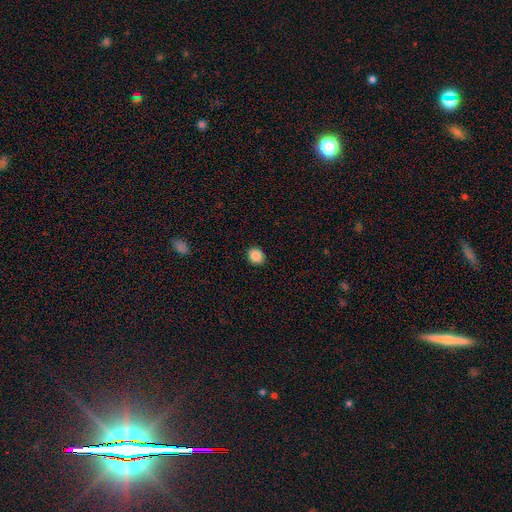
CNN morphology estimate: A smooth galaxy with no disk features (87%) that is round (67%).

Vote fractions:
- Smooth or featured? smooth: 87% / star or artifact: 9% / featured or disk: 4%
- How rounded? round: 67% / in between: 33% / cigar-shaped: 1%
- Merging? none: 91% / minor disturbance: 6% / major disturbance: 2% / merger: 1%